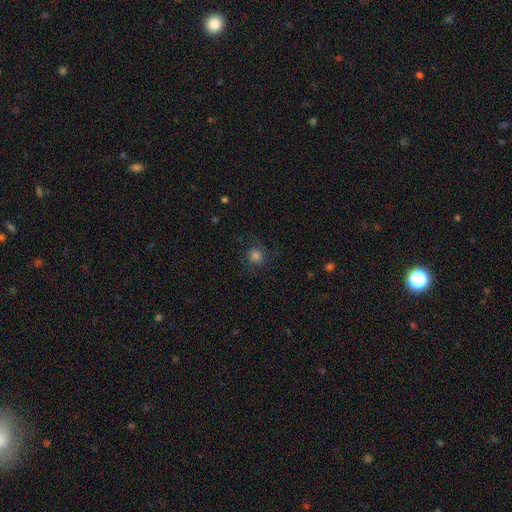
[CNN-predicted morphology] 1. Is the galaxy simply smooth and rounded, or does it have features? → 74% smooth, 16% star or artifact, 11% featured or disk.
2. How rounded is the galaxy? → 87% round, 12% in between, 1% cigar-shaped.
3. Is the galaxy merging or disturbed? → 79% none, 13% minor disturbance, 7% major disturbance, 1% merger.